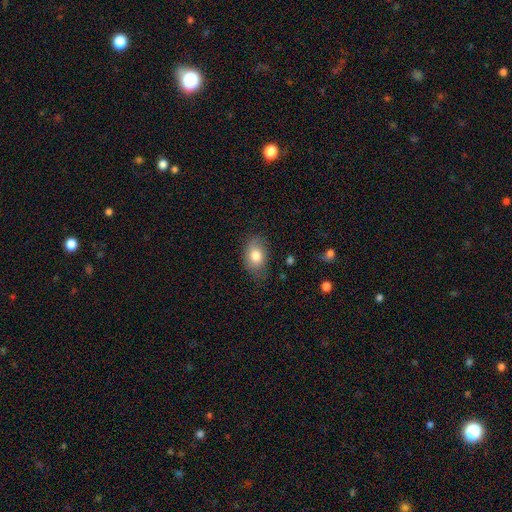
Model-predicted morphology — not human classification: This appears to be a smooth galaxy with no disk features (80%) that is in between round and cigar-shaped (82%). Merging: none (73%).